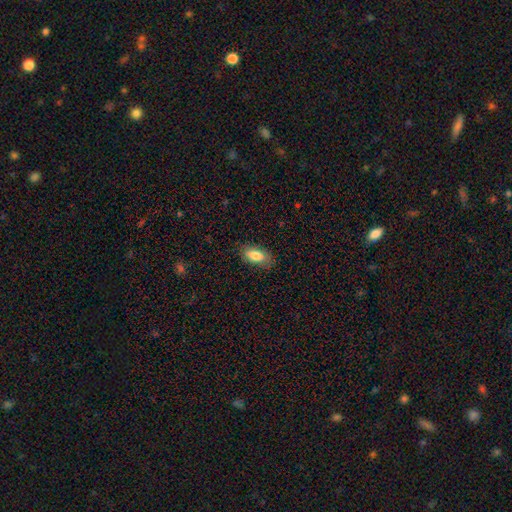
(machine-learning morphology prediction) Smooth or featured: smooth — 81% (featured or disk — 12%)
How rounded: in between — 89% (cigar-shaped — 7%)
Merging: none — 81% (minor disturbance — 14%)